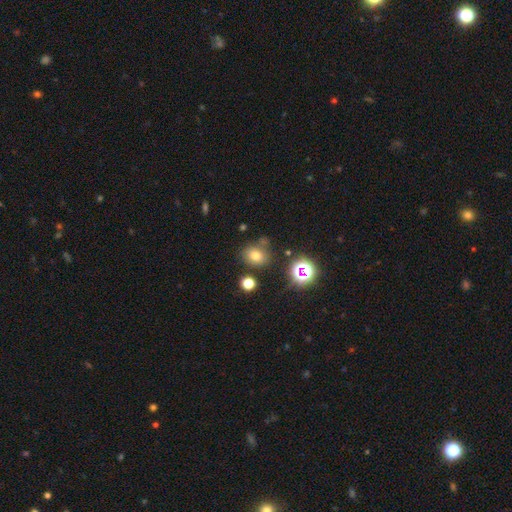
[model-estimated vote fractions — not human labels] Morphology: type=smooth (69%); roundness=round (57%); merging=none (74%).